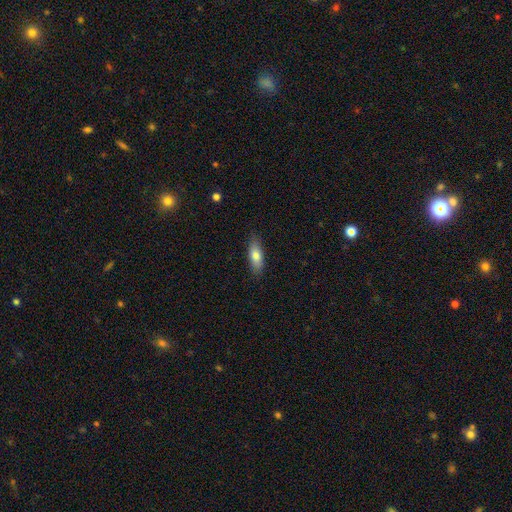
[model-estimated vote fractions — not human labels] Smooth or featured? smooth (77%)
How rounded? in between (64%)
Merging? none (84%)